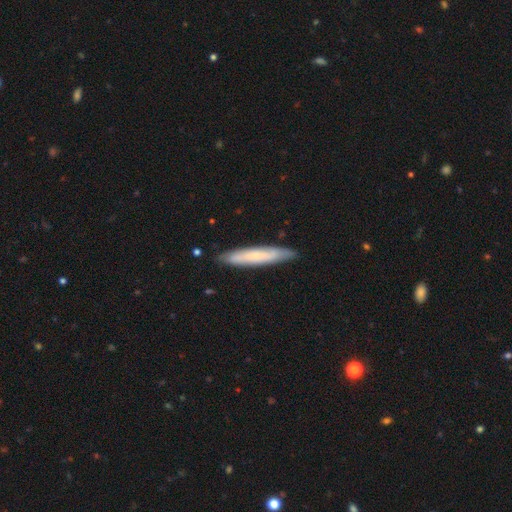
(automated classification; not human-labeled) A smooth galaxy with no disk features (61%) that is cigar-shaped (93%). Merging: none (87%).